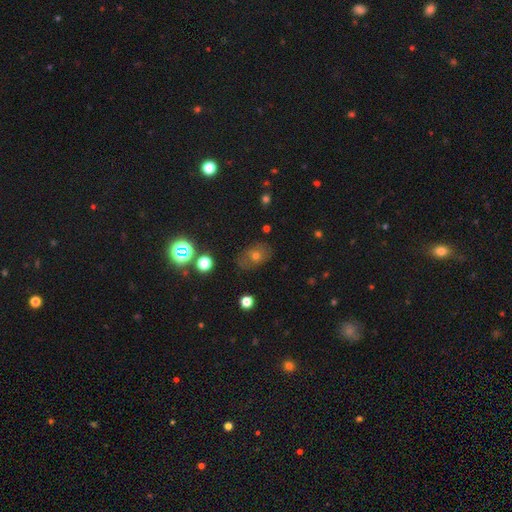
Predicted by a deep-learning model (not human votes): This is possibly a smooth galaxy (59%). How rounded: likely in between (68%). Merging: likely none (73%).